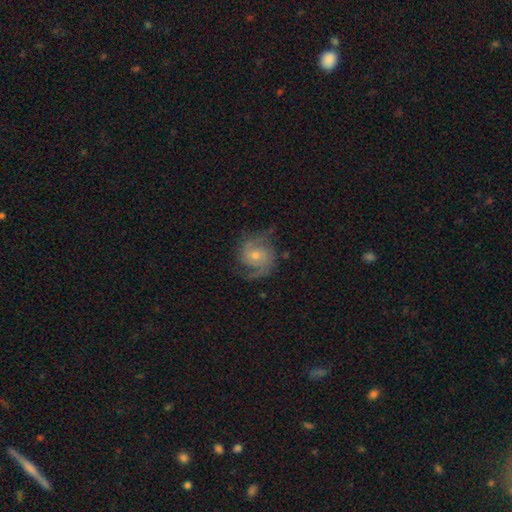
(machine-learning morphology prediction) This appears to be a featured or disk galaxy (83%) with no bar (67%), 2 (83%) medium (51%) spiral arms (96%) and a small central bulge (56%). Merging: none (74%).